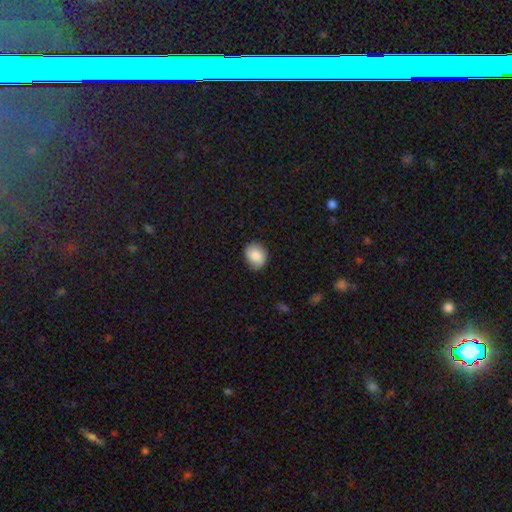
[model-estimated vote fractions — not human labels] This is clearly a smooth galaxy (84%). How rounded: possibly round (56%). Merging: clearly none (82%).